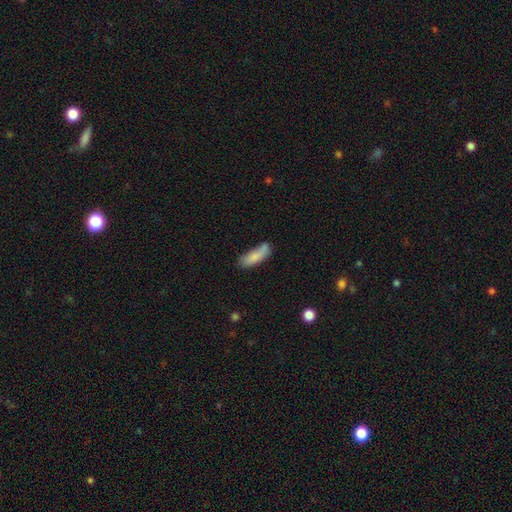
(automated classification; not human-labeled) smooth-or-featured: smooth: 81% | featured or disk: 12% | star or artifact: 7%
  how-rounded: in between: 52% | cigar-shaped: 46% | round: 2%
  merging: none: 54% | minor disturbance: 27% | merger: 11% | major disturbance: 8%